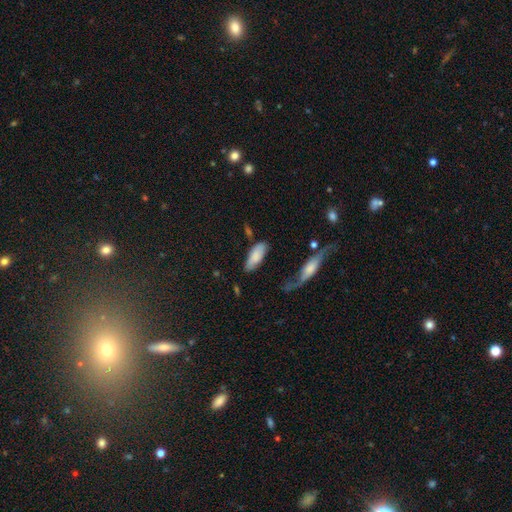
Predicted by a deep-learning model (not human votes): This appears to be a smooth galaxy with no disk features (81%) that is in between round and cigar-shaped (80%). Merging: none (66%).